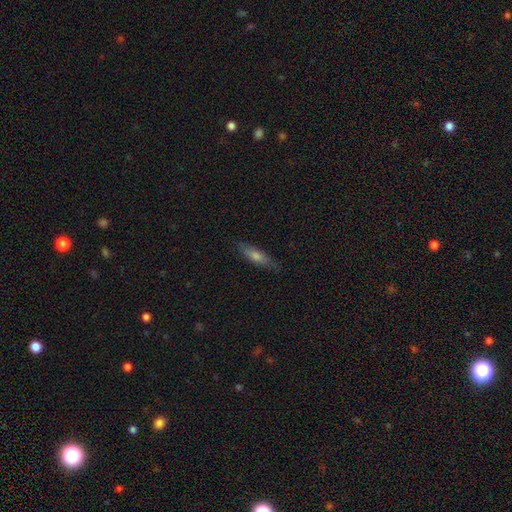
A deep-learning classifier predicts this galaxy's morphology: Q: Smooth or featured?
A: smooth (53%); runner-up: featured or disk (39%)
Q: How rounded?
A: cigar-shaped (73%); runner-up: in between (25%)
Q: Merging?
A: none (83%); runner-up: minor disturbance (14%)